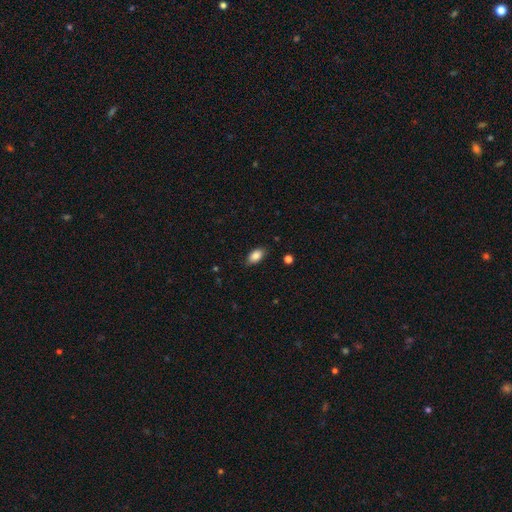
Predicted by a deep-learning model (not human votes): Q: Smooth or featured?
A: smooth (85%); runner-up: star or artifact (8%)
Q: How rounded?
A: in between (92%); runner-up: round (5%)
Q: Merging?
A: none (85%); runner-up: minor disturbance (12%)